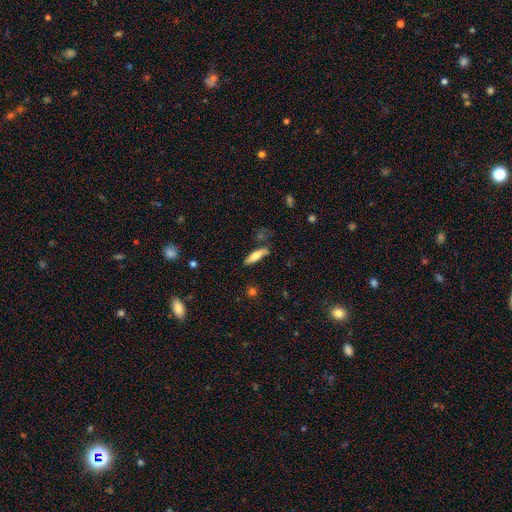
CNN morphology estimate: Overall: smooth (66%; featured or disk 28%). How rounded: cigar-shaped (61%; in between 37%). Merging: none (64%).